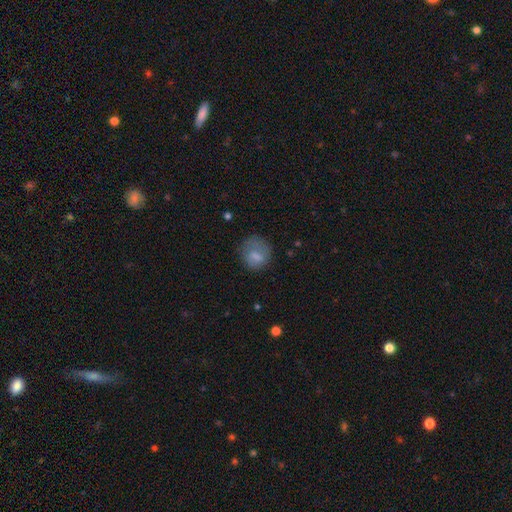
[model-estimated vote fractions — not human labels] smooth 70%, featured or disk 21%, star or artifact 9%. Down the decision tree: how rounded — round (70%); merging — none (55%).